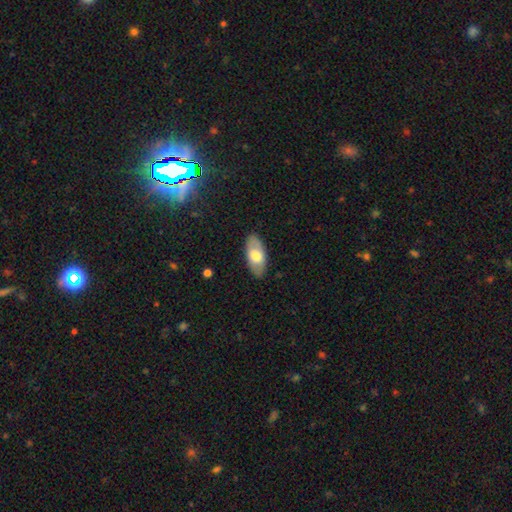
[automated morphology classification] Smooth or featured: smooth — 63% (featured or disk — 31%)
How rounded: in between — 92% (cigar-shaped — 6%)
Merging: none — 85% (minor disturbance — 12%)